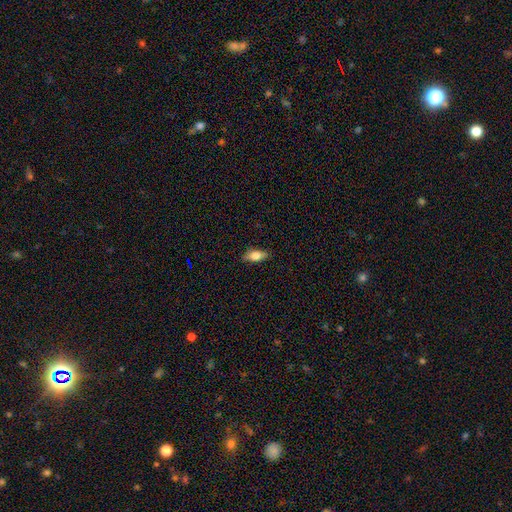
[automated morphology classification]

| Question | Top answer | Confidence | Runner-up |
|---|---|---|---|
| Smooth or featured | smooth | 69% | featured or disk (23%) |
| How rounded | in between | 78% | cigar-shaped (18%) |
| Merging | none | 84% | minor disturbance (13%) |